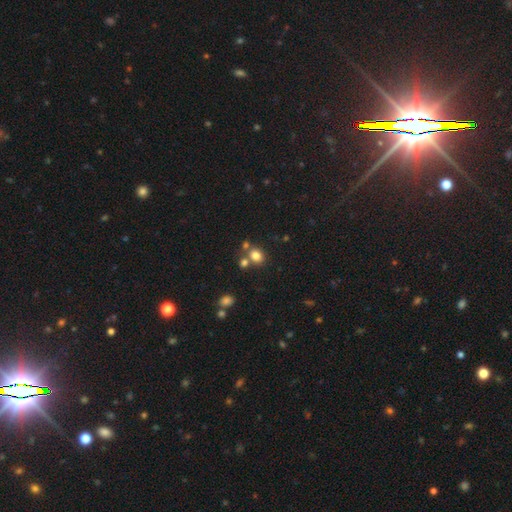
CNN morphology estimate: Smooth or featured?
  - smooth: 79% *
  - star or artifact: 13%
  - featured or disk: 8%
How rounded?
  - round: 57% *
  - in between: 42%
  - cigar-shaped: 1%
Merging?
  - none: 61% *
  - merger: 25%
  - minor disturbance: 11%
  - major disturbance: 4%